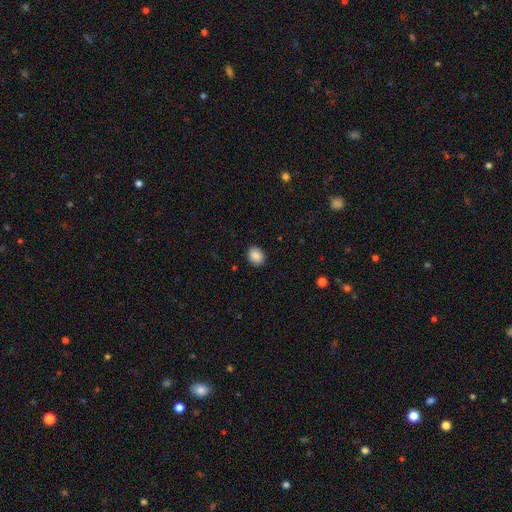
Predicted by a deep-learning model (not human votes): This appears to be a smooth galaxy with no disk features (88%) that is in between round and cigar-shaped (57%). Merging: none (90%).